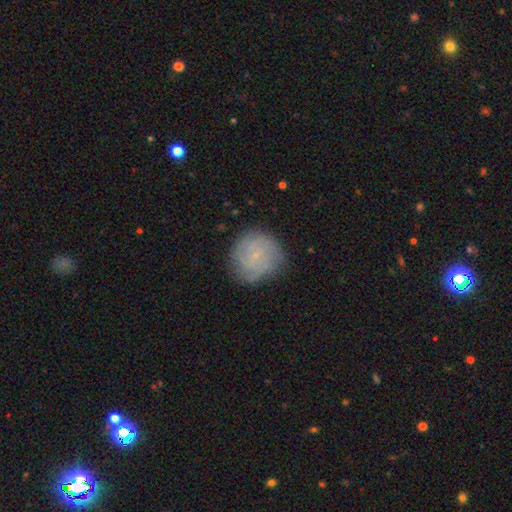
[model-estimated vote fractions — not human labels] smooth_or_featured: featured or disk (p=0.50) [alt: smooth p=0.41]
merging: none (p=0.76) [alt: minor disturbance p=0.18]